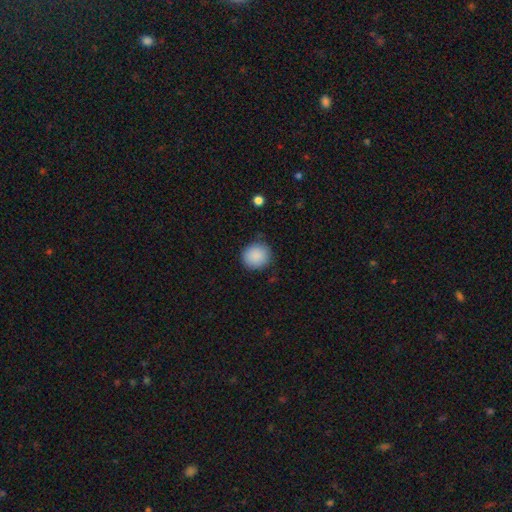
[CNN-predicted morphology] Q: Smooth or featured?
A: smooth (89%); runner-up: star or artifact (7%)
Q: How rounded?
A: round (90%); runner-up: in between (9%)
Q: Merging?
A: none (85%); runner-up: minor disturbance (11%)